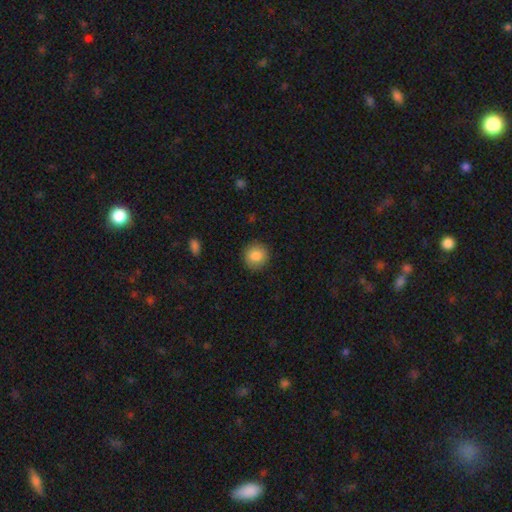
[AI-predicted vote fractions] This appears to be a smooth galaxy with no disk features (85%) that is round (91%). Merging: none (88%).